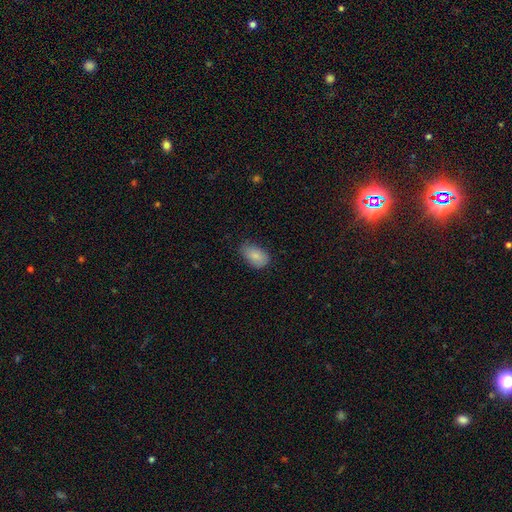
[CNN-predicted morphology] Q: Smooth or featured?
A: smooth (86%); runner-up: featured or disk (8%)
Q: How rounded?
A: in between (92%); runner-up: round (7%)
Q: Merging?
A: none (68%); runner-up: minor disturbance (26%)